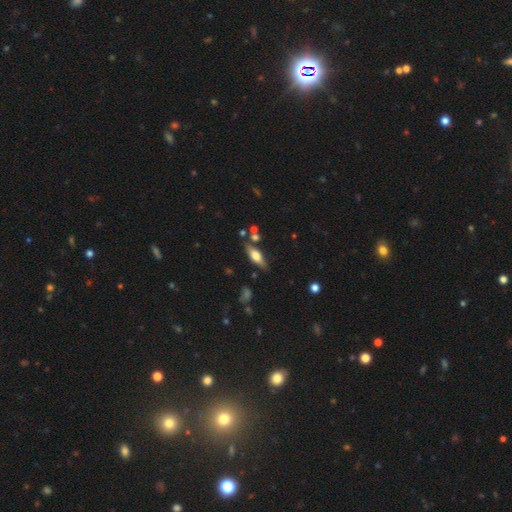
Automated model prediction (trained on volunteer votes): A smooth galaxy with no disk features (49%).

Vote fractions:
- Smooth or featured? smooth: 49% / featured or disk: 43% / star or artifact: 7%
- Merging? none: 76% / minor disturbance: 14% / merger: 6% / major disturbance: 4%